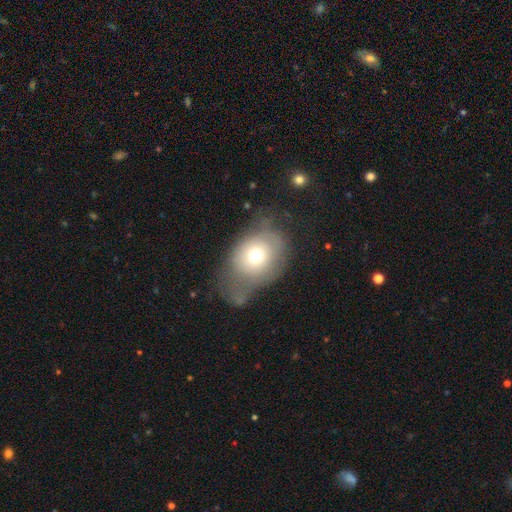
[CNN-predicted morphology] Smooth or featured: smooth — 64% (featured or disk — 25%)
How rounded: in between — 53% (round — 46%)
Merging: major disturbance — 40% (none — 28%)